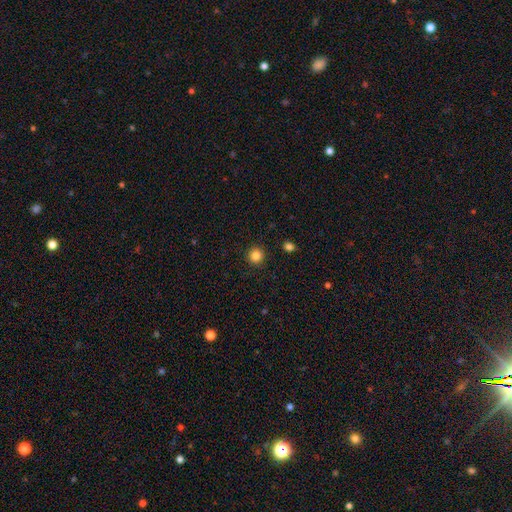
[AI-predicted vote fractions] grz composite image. It shows a smooth galaxy with no disk features (85%) that is round (94%). Merging: none (92%).